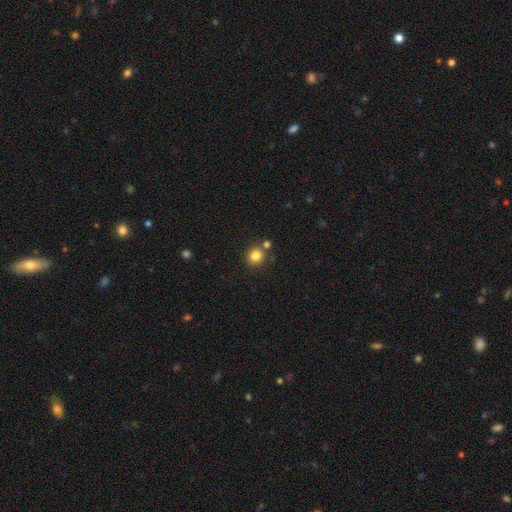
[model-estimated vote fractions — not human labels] smooth-or-featured: smooth: 82% | star or artifact: 12% | featured or disk: 6%
  how-rounded: round: 88% | in between: 11% | cigar-shaped: 1%
  merging: none: 77% | merger: 12% | minor disturbance: 8% | major disturbance: 2%